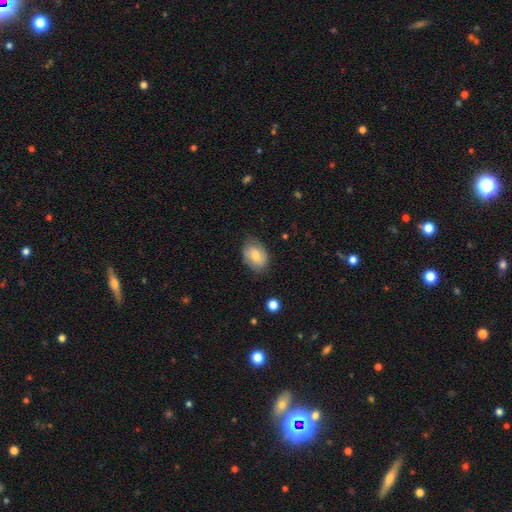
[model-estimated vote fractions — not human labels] Smooth or featured? Predicted: smooth (p=0.71). How rounded? Predicted: in between (p=0.81). Merging? Predicted: none (p=0.75).